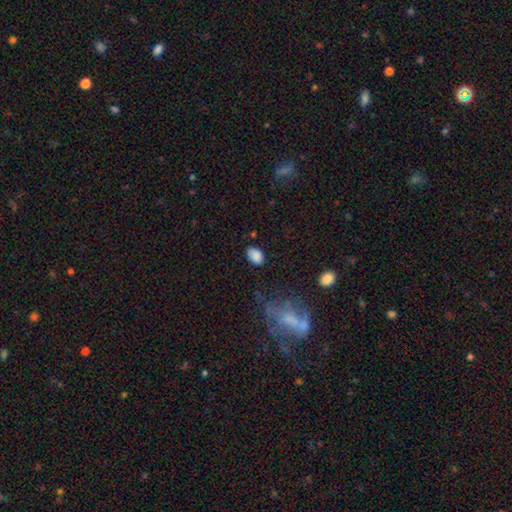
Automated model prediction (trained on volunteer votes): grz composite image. It shows a smooth galaxy with no disk features (86%) that is in between round and cigar-shaped (89%). Merging: none (80%).